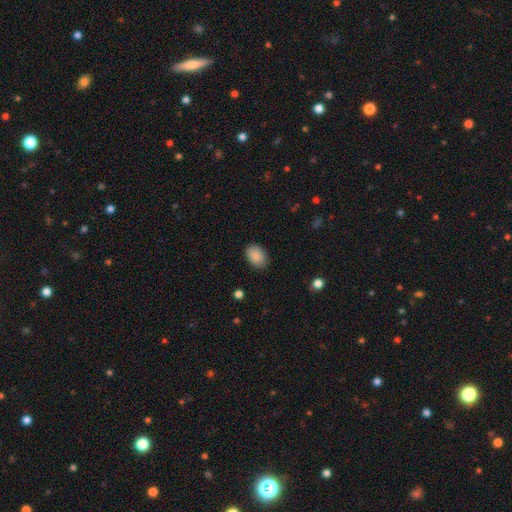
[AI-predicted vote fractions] Smooth or featured? Predicted: smooth (p=0.89). How rounded? Predicted: in between (p=0.83). Merging? Predicted: none (p=0.86).